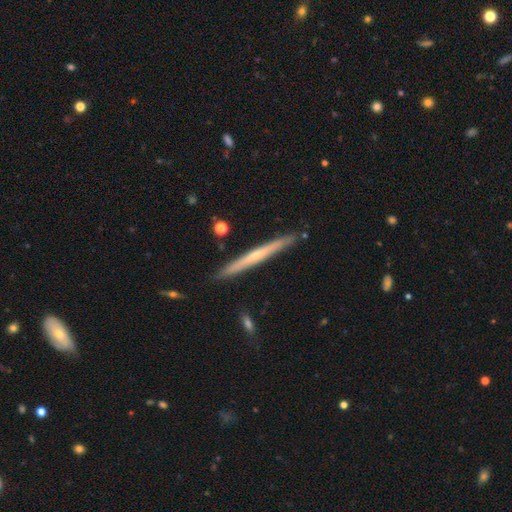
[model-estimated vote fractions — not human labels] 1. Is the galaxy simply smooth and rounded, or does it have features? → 63% featured or disk, 31% smooth, 6% star or artifact.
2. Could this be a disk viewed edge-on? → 97% yes, 3% no.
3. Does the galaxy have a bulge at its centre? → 49% rounded, 48% none, 3% boxy.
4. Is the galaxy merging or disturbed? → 90% none, 8% minor disturbance, 1% merger, 1% major disturbance.